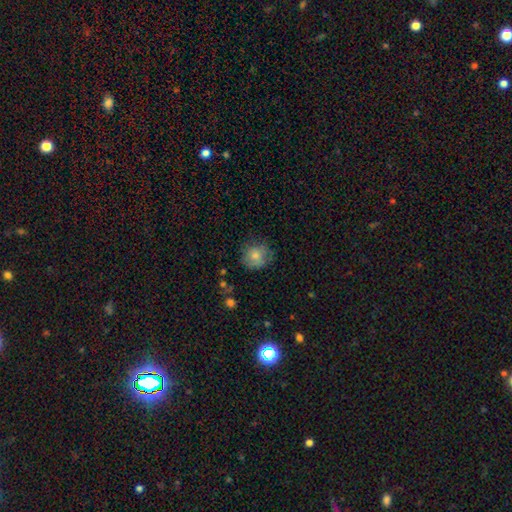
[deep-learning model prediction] This appears to be a smooth galaxy with no disk features (78%) that is round (85%). Merging: none (71%).